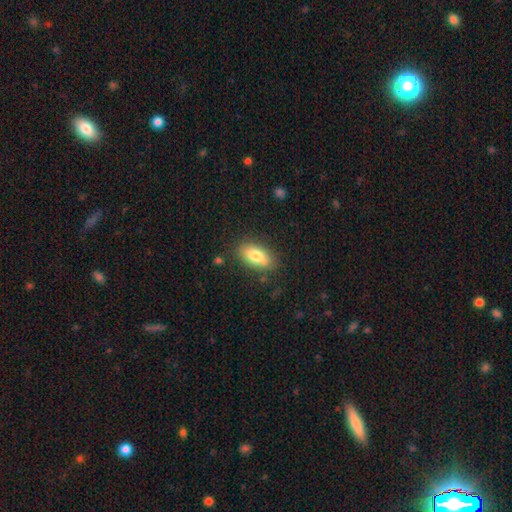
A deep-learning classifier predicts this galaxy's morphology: This is likely a smooth galaxy (78%). How rounded: clearly in between (87%). Merging: clearly none (81%).